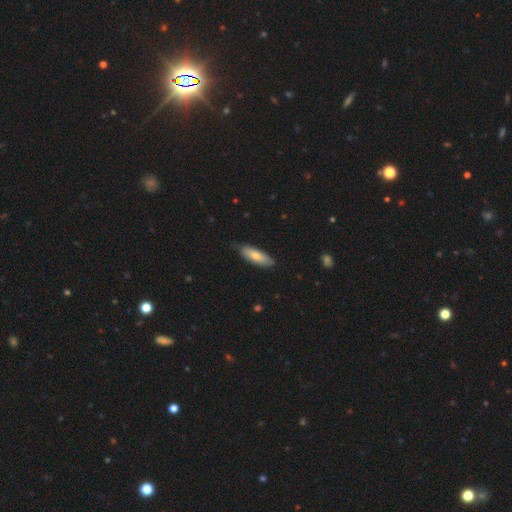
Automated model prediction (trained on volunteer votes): The model was most divided on "how rounded": in between: 61%, cigar-shaped: 37%, round: 2%. More confident: merging — none (80%); smooth or featured — smooth (72%).